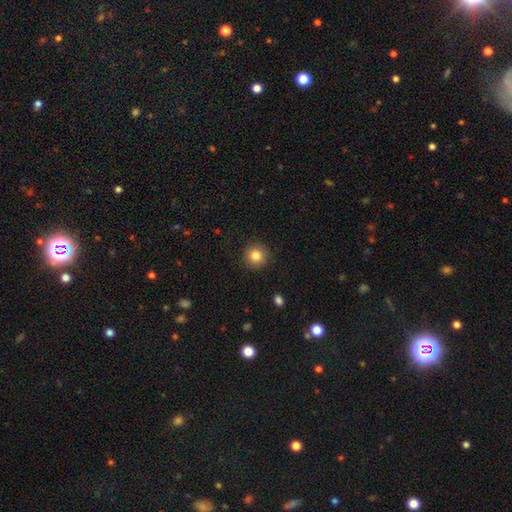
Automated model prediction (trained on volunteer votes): smooth 84%, star or artifact 10%, featured or disk 6%. Down the decision tree: how rounded — round (93%); merging — none (90%).